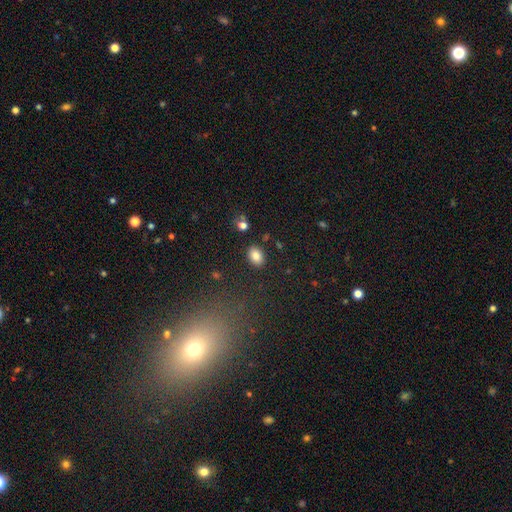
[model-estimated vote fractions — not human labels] A smooth galaxy with no disk features (84%) that is in between round and cigar-shaped (79%). Merging: none (86%).